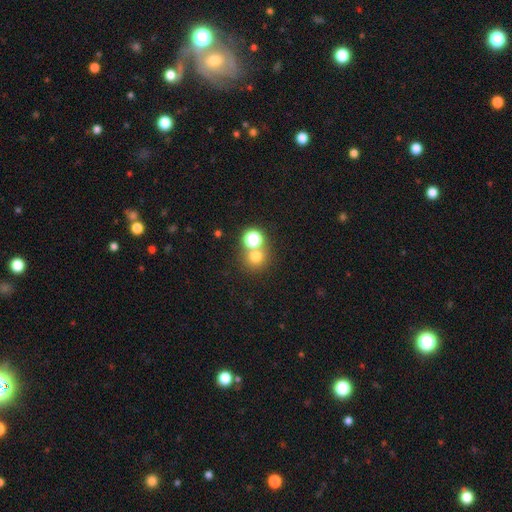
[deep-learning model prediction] Overall: smooth (69%). How rounded: round (89%). Merging: none (62%; merger 29%).